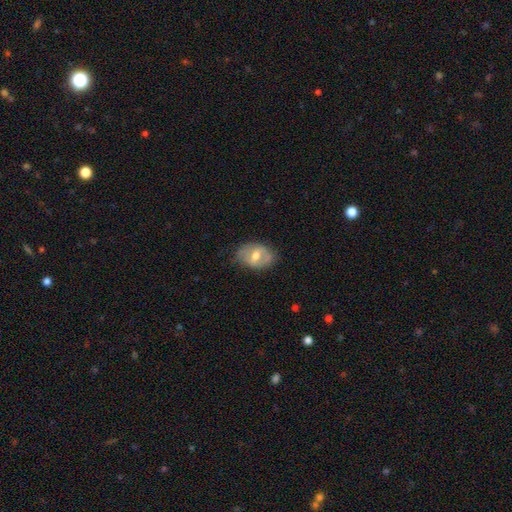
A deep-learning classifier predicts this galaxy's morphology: Smooth or featured? featured or disk (49%)
Merging? none (75%)